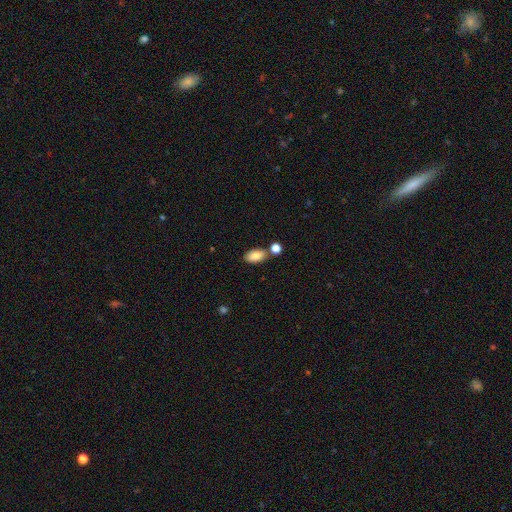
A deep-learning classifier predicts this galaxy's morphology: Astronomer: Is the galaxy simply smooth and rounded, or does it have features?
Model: smooth — 86%.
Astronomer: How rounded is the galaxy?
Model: in between — 92%.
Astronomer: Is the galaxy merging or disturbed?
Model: none — 71%.